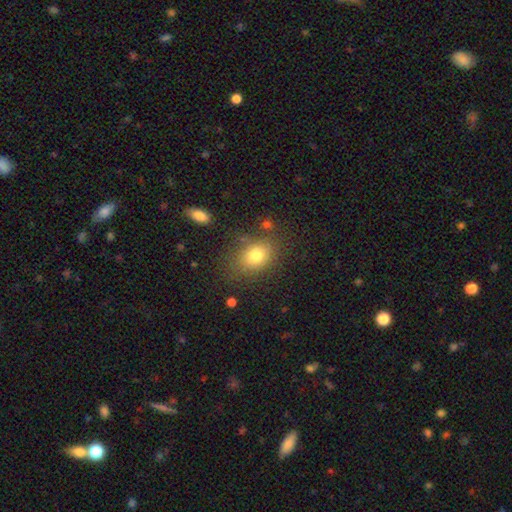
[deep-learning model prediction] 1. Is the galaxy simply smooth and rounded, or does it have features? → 77% smooth, 12% star or artifact, 11% featured or disk.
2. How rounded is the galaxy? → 66% in between, 33% round, 1% cigar-shaped.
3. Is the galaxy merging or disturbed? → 74% none, 16% minor disturbance, 6% major disturbance, 4% merger.